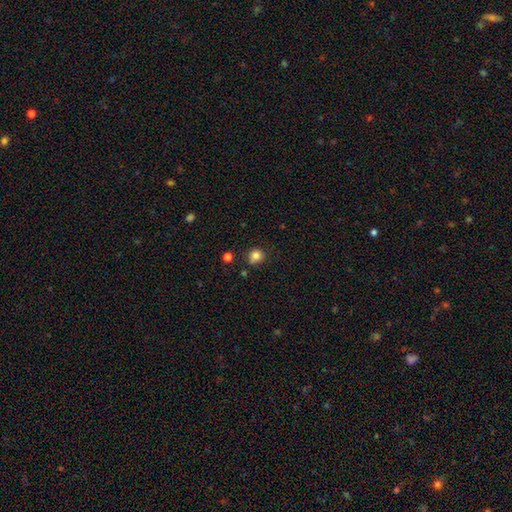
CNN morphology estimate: This is clearly a smooth galaxy (83%). How rounded: likely round (80%). Merging: likely none (74%).